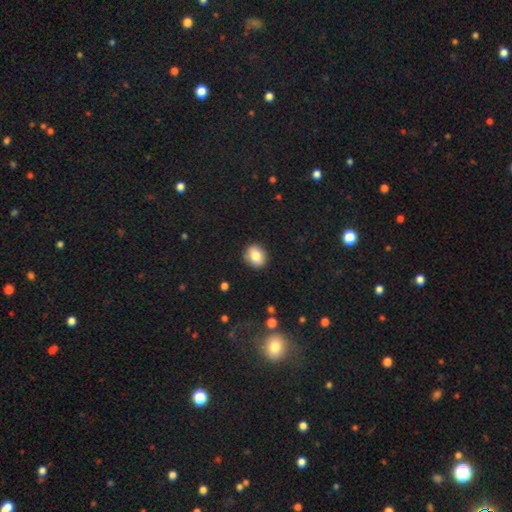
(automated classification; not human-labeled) Smooth or featured? smooth (82%)
How rounded? round (55%)
Merging? none (87%)